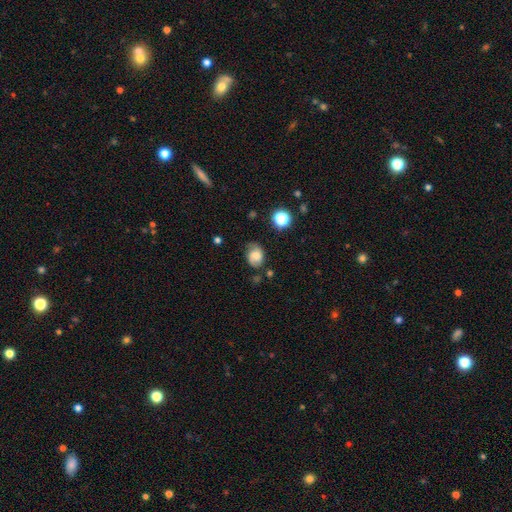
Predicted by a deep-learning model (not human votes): Morphology: type=smooth (53%); roundness=in between (65%); merging=none (60%).